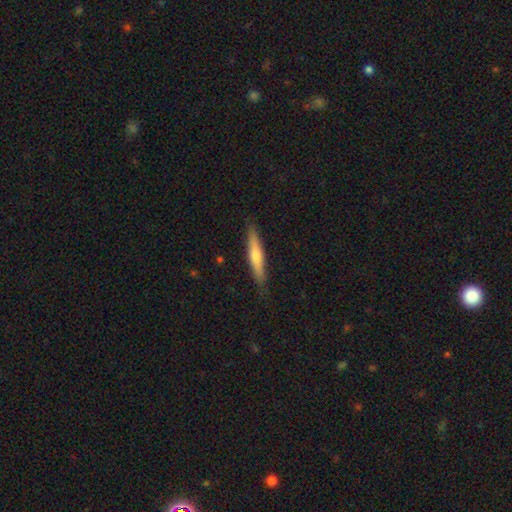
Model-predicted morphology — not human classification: smooth_or_featured: smooth (p=0.50) [alt: featured or disk p=0.44]
merging: none (p=0.87) [alt: minor disturbance p=0.10]